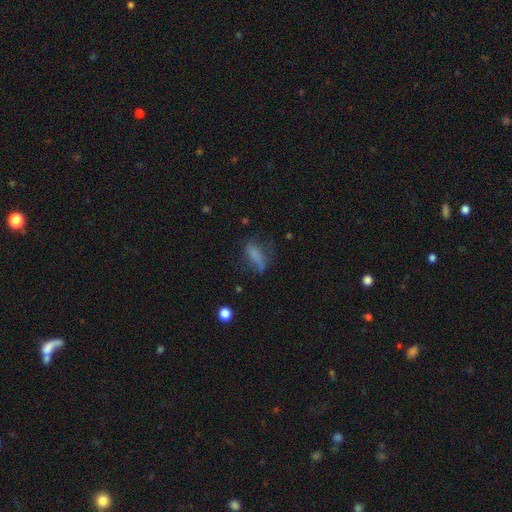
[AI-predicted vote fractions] Q: Smooth or featured?
A: smooth (65%); runner-up: featured or disk (21%)
Q: How rounded?
A: in between (63%); runner-up: cigar-shaped (31%)
Q: Merging?
A: none (41%); runner-up: major disturbance (27%)